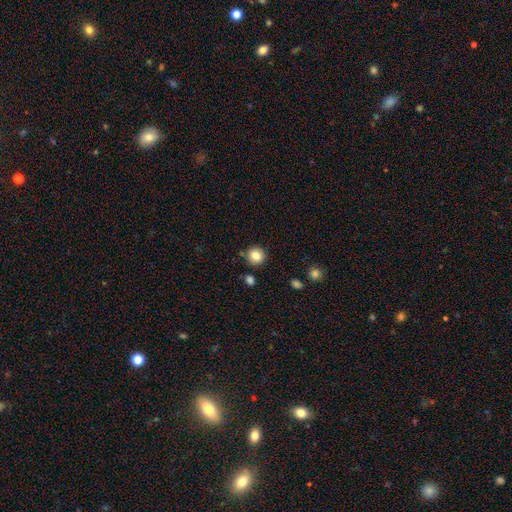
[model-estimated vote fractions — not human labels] Smooth or featured?
  - smooth: 83% *
  - star or artifact: 10%
  - featured or disk: 7%
How rounded?
  - round: 90% *
  - in between: 9%
  - cigar-shaped: 1%
Merging?
  - none: 85% *
  - minor disturbance: 9%
  - merger: 4%
  - major disturbance: 2%